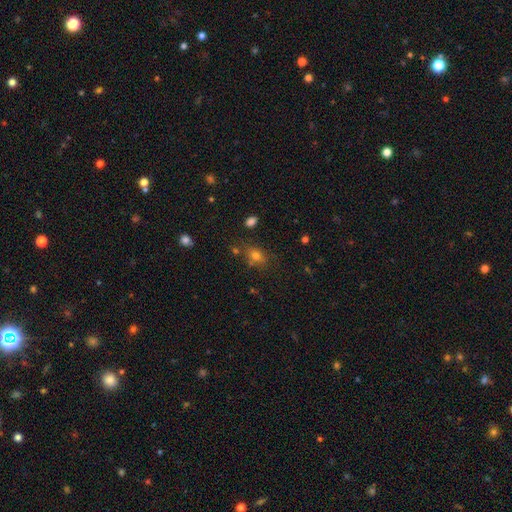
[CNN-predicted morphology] type=smooth (74%); roundness=in between (63%); merging=none (71%).